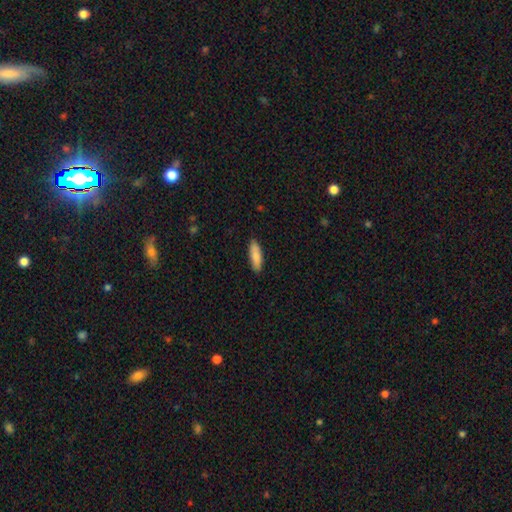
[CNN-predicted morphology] Q: Smooth or featured?
A: smooth (83%); runner-up: featured or disk (11%)
Q: How rounded?
A: in between (50%); runner-up: cigar-shaped (48%)
Q: Merging?
A: none (89%); runner-up: minor disturbance (9%)